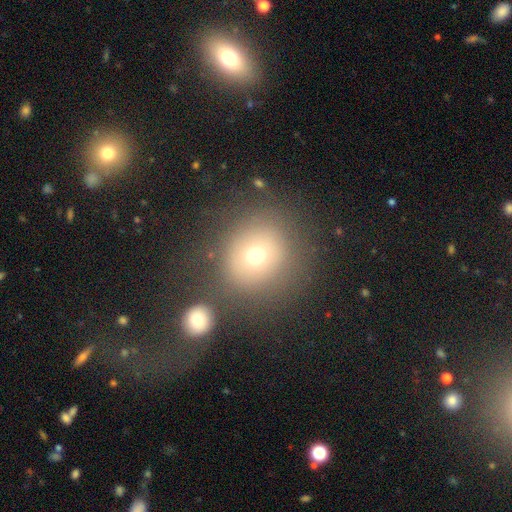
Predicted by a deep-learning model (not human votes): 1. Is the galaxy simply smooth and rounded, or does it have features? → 66% smooth, 18% featured or disk, 16% star or artifact.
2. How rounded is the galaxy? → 88% round, 11% in between, 1% cigar-shaped.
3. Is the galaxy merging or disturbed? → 65% none, 12% merger, 11% minor disturbance, 11% major disturbance.